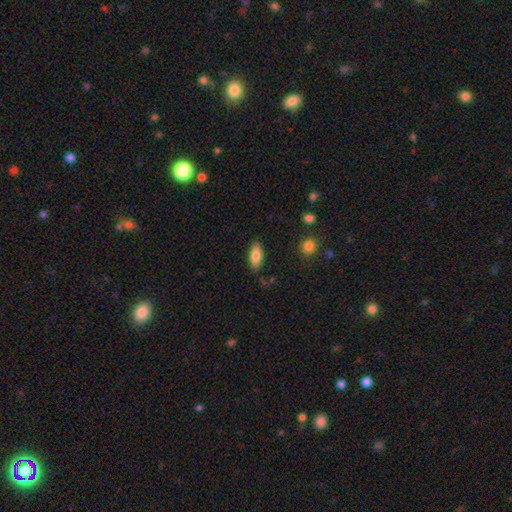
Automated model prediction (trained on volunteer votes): smooth 82%, featured or disk 11%, star or artifact 7%. Down the decision tree: how rounded — in between (80%); merging — none (83%).